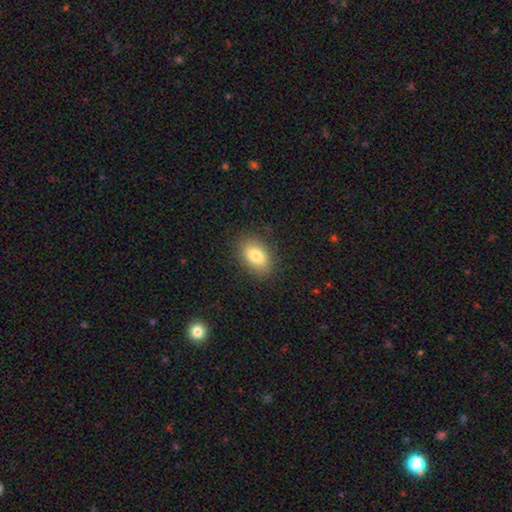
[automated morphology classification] A smooth galaxy with no disk features (81%) that is in between round and cigar-shaped (87%). Merging: none (86%).